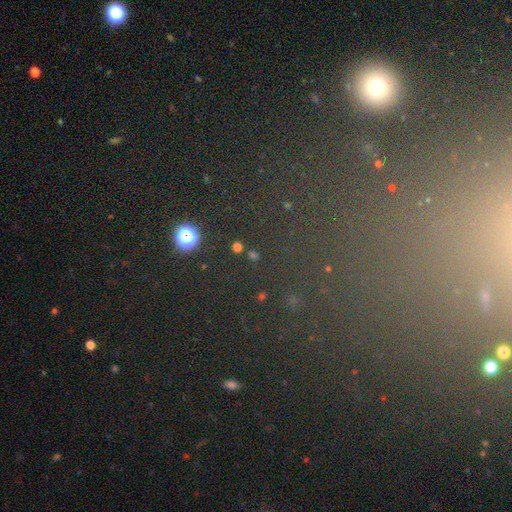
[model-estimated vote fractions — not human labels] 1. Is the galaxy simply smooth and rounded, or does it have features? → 63% star or artifact, 27% smooth, 10% featured or disk.